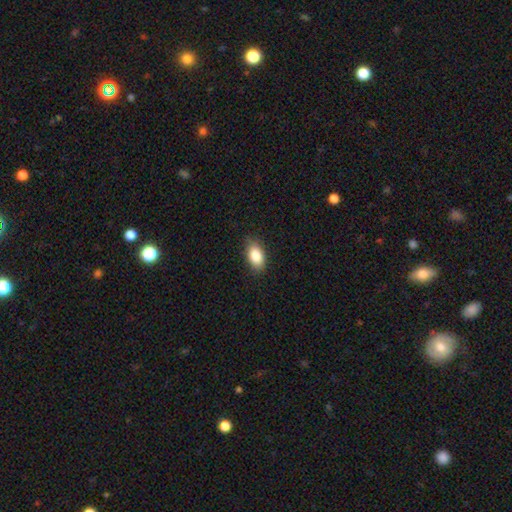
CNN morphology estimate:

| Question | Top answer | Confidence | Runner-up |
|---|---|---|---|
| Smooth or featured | smooth | 86% | star or artifact (7%) |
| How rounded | in between | 91% | round (7%) |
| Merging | none | 85% | minor disturbance (12%) |